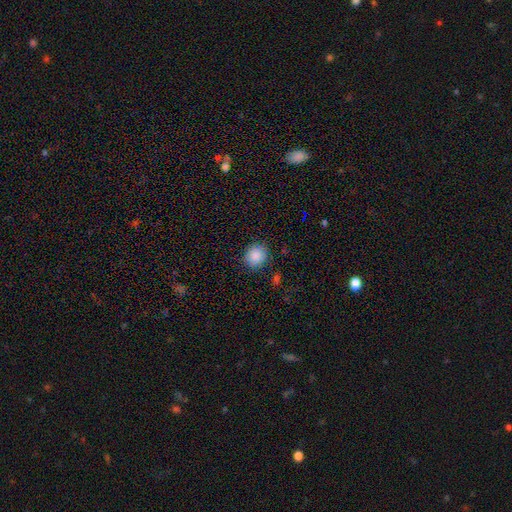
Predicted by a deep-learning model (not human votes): A smooth galaxy with no disk features (88%) that is round (73%). Merging: none (86%).